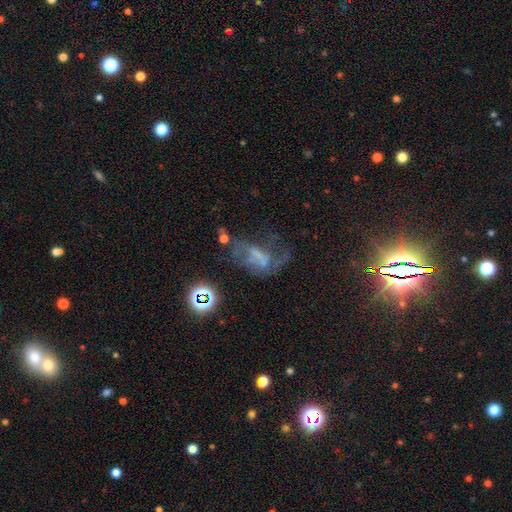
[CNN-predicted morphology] A featured or disk galaxy (49%). Merging: major disturbance (43%).